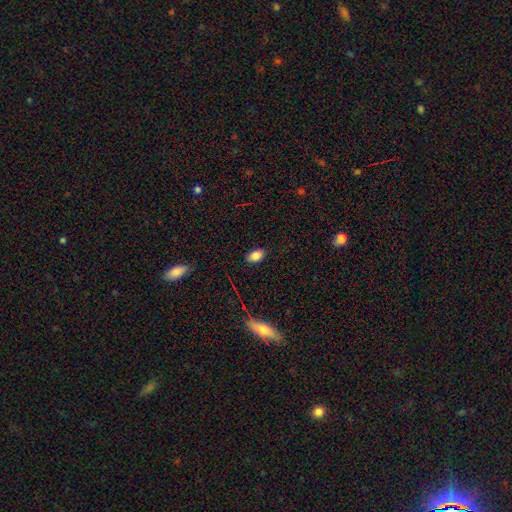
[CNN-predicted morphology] smooth-or-featured: smooth: 84% | star or artifact: 10% | featured or disk: 6%
  how-rounded: in between: 89% | round: 9% | cigar-shaped: 2%
  merging: none: 86% | minor disturbance: 11% | major disturbance: 2% | merger: 1%